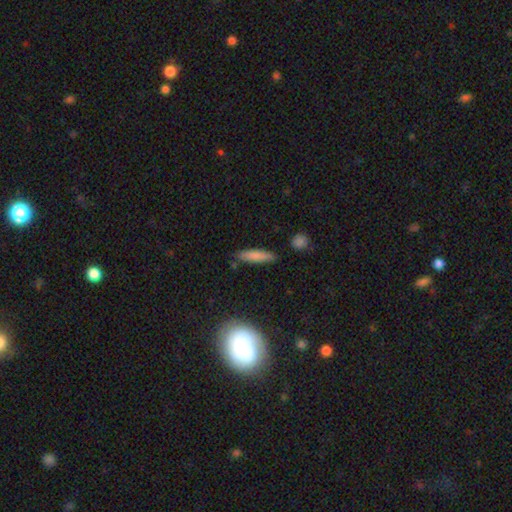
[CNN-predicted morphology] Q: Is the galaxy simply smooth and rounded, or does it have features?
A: smooth — 77%.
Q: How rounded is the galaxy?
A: cigar-shaped — 78%.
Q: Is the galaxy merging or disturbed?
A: none — 82%.